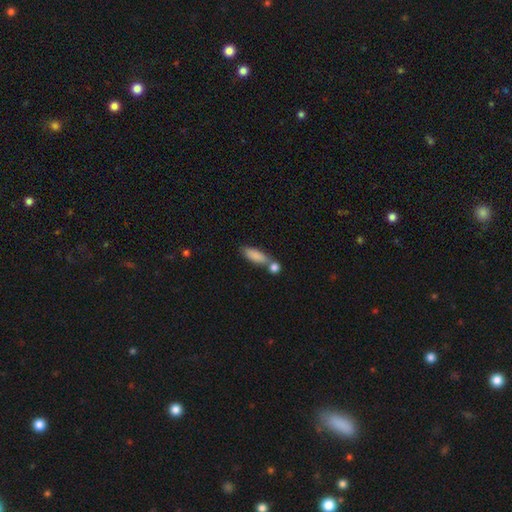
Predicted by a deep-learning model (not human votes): smooth-or-featured: smooth: 85% | featured or disk: 8% | star or artifact: 7%
  how-rounded: in between: 62% | cigar-shaped: 35% | round: 4%
  merging: none: 51% | merger: 33% | minor disturbance: 12% | major disturbance: 4%